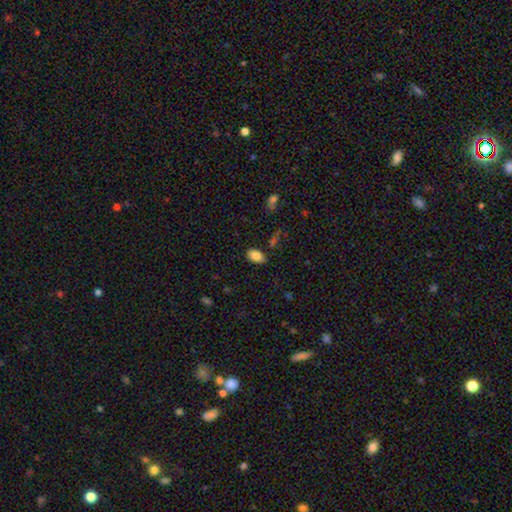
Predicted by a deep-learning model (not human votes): Morphology: type=smooth (85%); roundness=in between (92%); merging=none (84%).